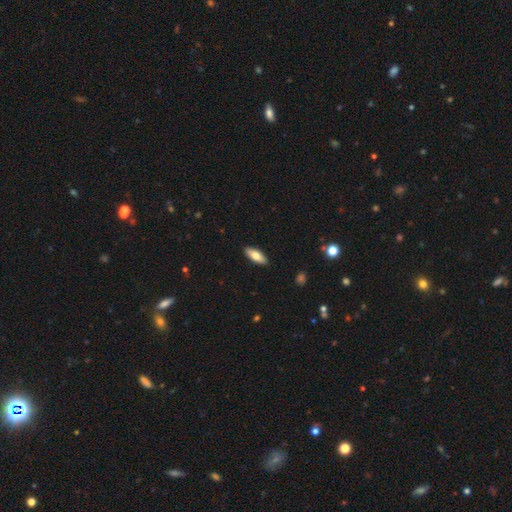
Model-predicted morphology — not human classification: This is likely a smooth galaxy (75%). How rounded: likely in between (74%). Merging: clearly none (90%).